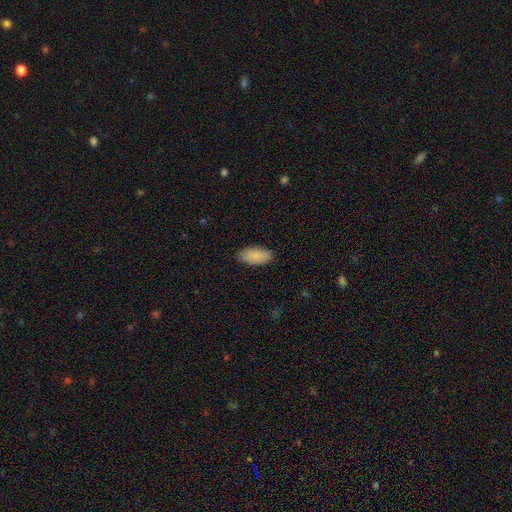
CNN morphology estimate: smooth-or-featured: smooth: 86% | featured or disk: 8% | star or artifact: 6%
  how-rounded: in between: 93% | cigar-shaped: 4% | round: 2%
  merging: none: 86% | minor disturbance: 11% | major disturbance: 2% | merger: 1%